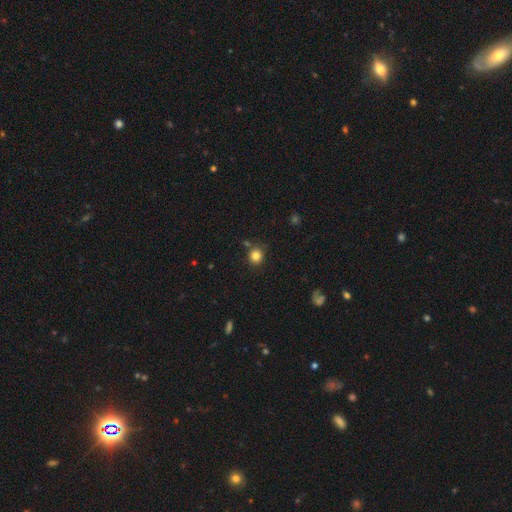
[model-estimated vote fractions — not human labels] A smooth galaxy with no disk features (83%) that is round (86%).

Vote fractions:
- Smooth or featured? smooth: 83% / star or artifact: 12% / featured or disk: 5%
- How rounded? round: 86% / in between: 13% / cigar-shaped: 1%
- Merging? none: 81% / minor disturbance: 10% / merger: 6% / major disturbance: 3%